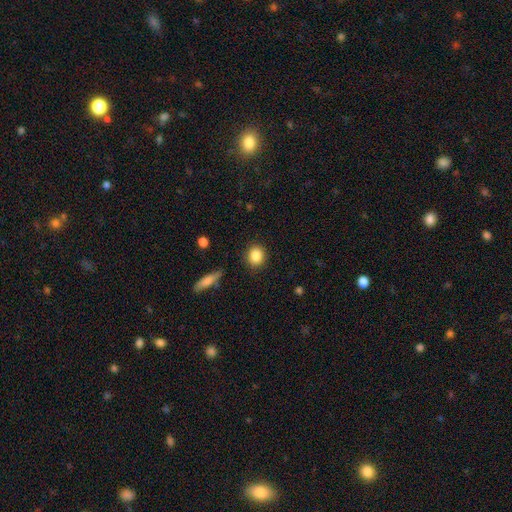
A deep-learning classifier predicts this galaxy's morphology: A smooth galaxy with no disk features (86%) that is round (77%). Merging: none (88%).